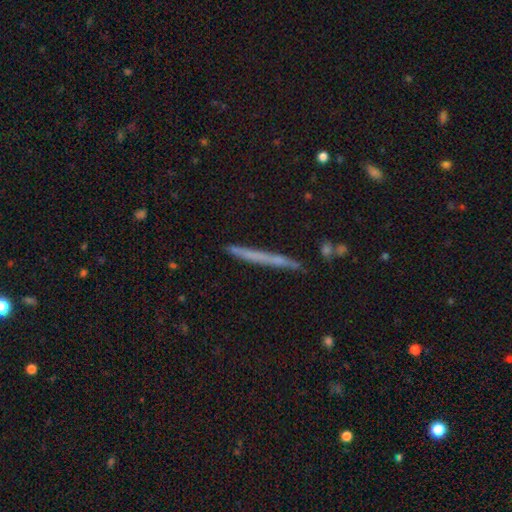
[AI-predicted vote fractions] Overall: smooth (51%; featured or disk 41%). How rounded: cigar-shaped (97%). Merging: none (86%).